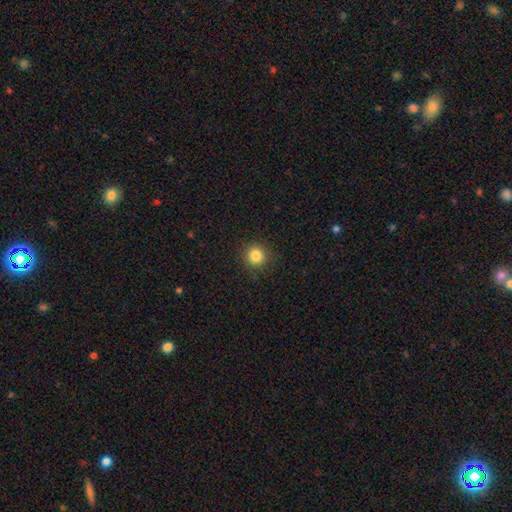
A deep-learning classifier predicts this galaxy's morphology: The model was most divided on "smooth or featured": smooth: 84%, star or artifact: 11%, featured or disk: 5%. More confident: how rounded — round (92%); merging — none (90%).